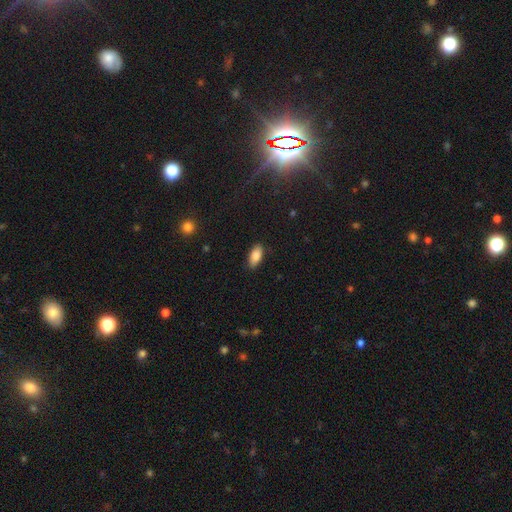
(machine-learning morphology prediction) Smooth or featured? smooth (85%)
How rounded? in between (90%)
Merging? none (87%)